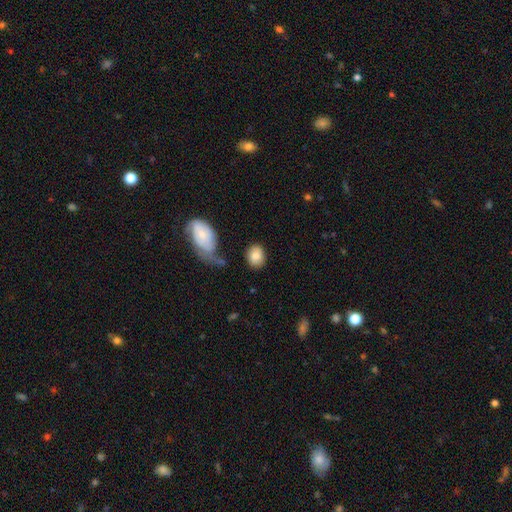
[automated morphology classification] A smooth galaxy with no disk features (83%) that is round (50%). Merging: none (72%).